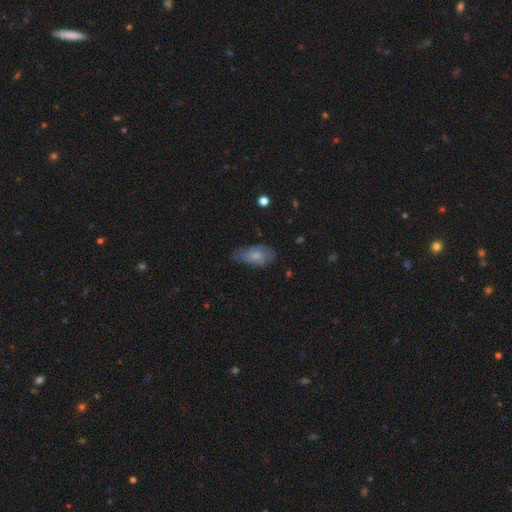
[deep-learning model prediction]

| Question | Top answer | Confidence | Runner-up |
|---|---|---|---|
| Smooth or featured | smooth | 67% | featured or disk (25%) |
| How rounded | in between | 89% | cigar-shaped (7%) |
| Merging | none | 45% | minor disturbance (39%) |